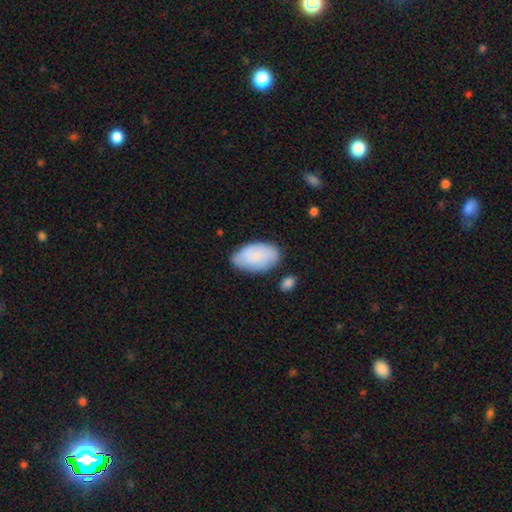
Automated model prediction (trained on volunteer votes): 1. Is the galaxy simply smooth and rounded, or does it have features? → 72% smooth, 22% featured or disk, 6% star or artifact.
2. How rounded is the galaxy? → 95% in between, 4% round, 1% cigar-shaped.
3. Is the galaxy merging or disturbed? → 70% none, 22% minor disturbance, 4% major disturbance, 4% merger.